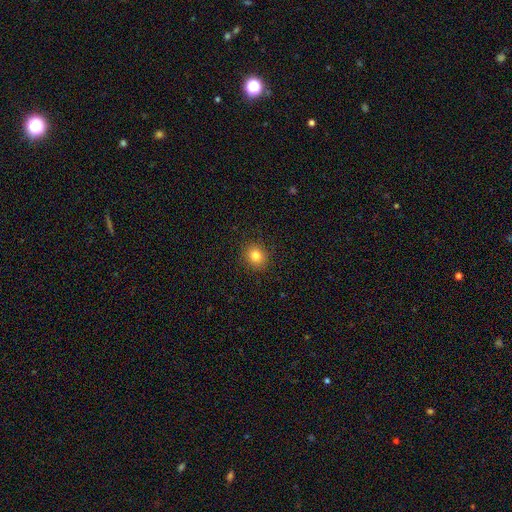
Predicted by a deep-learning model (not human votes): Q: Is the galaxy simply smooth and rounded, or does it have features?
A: smooth — 82%.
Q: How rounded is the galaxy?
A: round — 81%.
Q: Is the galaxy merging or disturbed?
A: none — 90%.